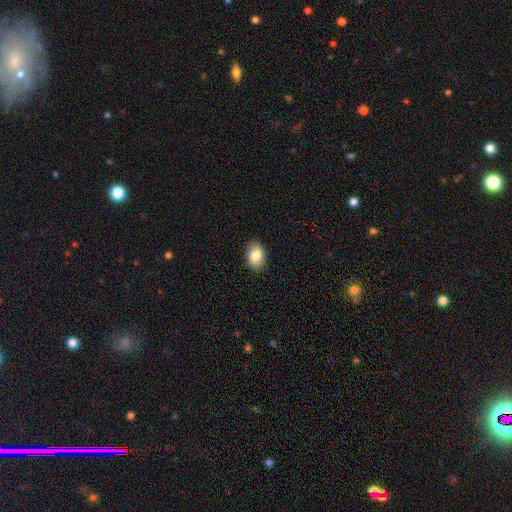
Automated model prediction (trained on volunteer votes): smooth_or_featured: smooth (p=0.85) [alt: featured or disk p=0.08]
how_rounded: in between (p=0.81) [alt: round p=0.18]
merging: none (p=0.89) [alt: minor disturbance p=0.08]